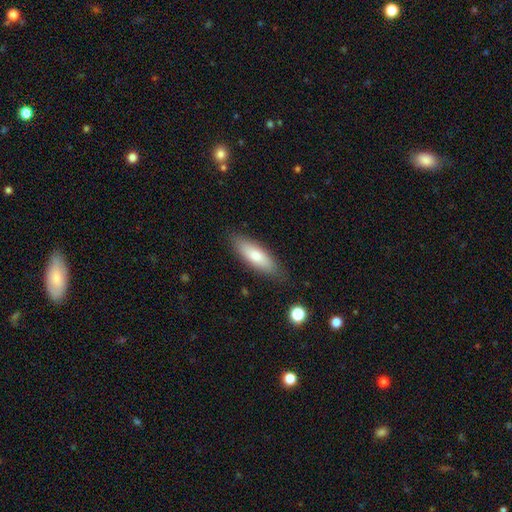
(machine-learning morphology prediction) Smooth or featured? Predicted: smooth (p=0.70). How rounded? Predicted: in between (p=0.57). Merging? Predicted: none (p=0.84).